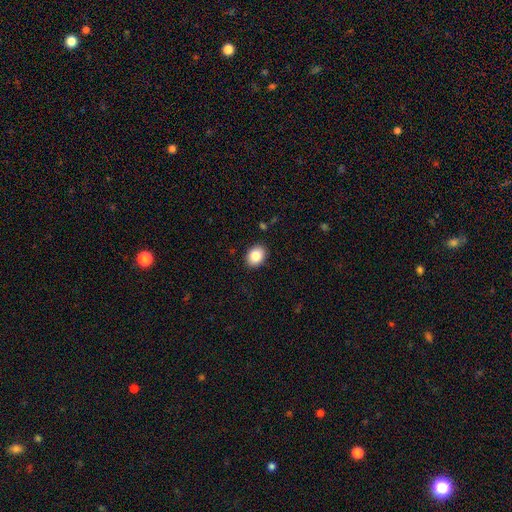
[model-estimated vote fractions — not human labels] The model was most divided on "how rounded": in between: 64%, round: 35%, cigar-shaped: 1%. More confident: merging — none (89%); smooth or featured — smooth (85%).